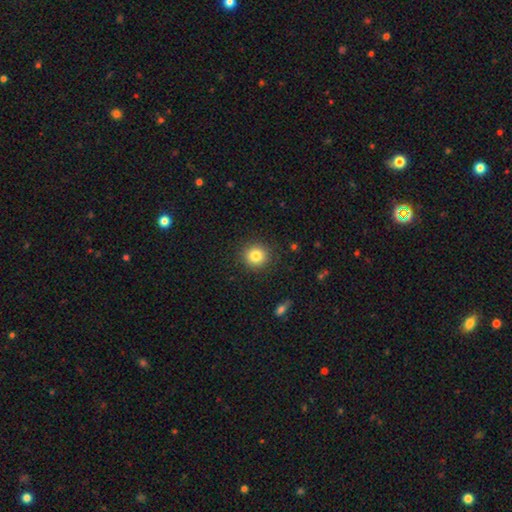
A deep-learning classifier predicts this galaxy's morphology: This appears to be a smooth galaxy with no disk features (83%) that is round (91%). Merging: none (90%).